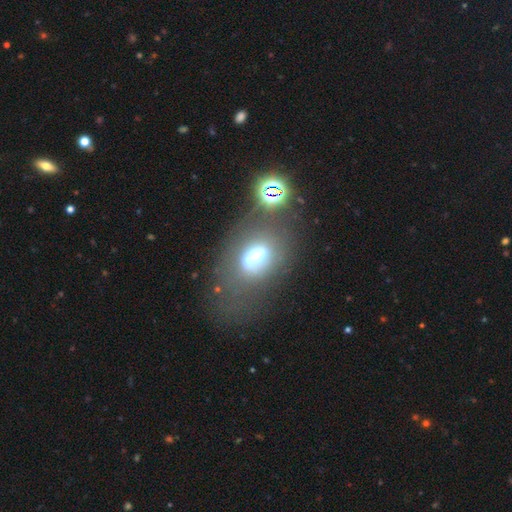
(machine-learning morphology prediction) Smooth or featured? Predicted: smooth (p=0.42). Merging? Predicted: none (p=0.37).